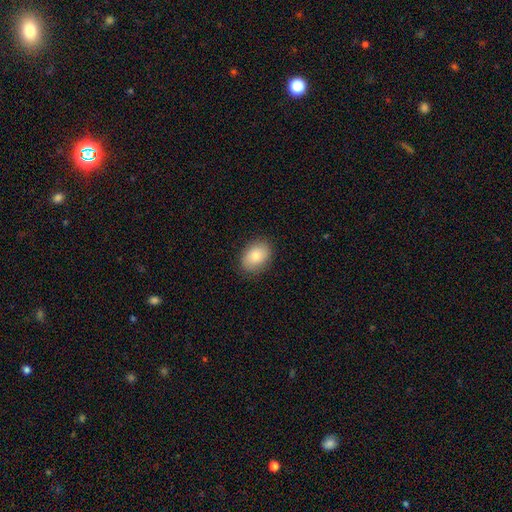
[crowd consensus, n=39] Volunteers were most divided on "how rounded": in between: 66%, round: 34%, cigar-shaped: 0%. More confident: merging — none (83%); smooth or featured — smooth (82%).